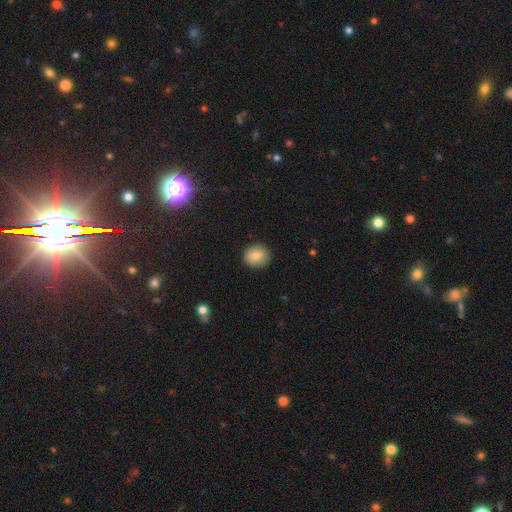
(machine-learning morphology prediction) Overall: smooth (83%). How rounded: round (86%). Merging: none (89%).